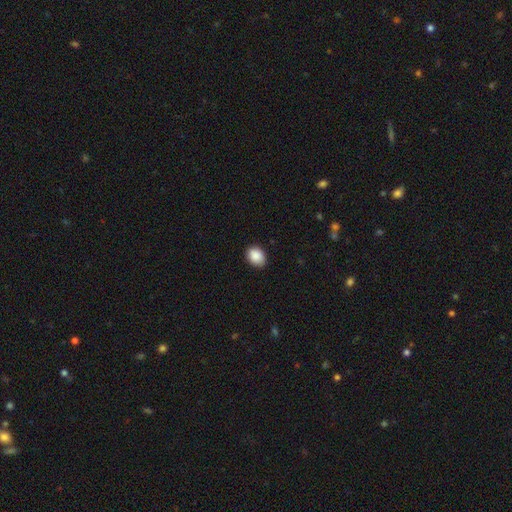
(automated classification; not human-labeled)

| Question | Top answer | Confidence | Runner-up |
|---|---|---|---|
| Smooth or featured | smooth | 89% | star or artifact (7%) |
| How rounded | in between | 61% | round (38%) |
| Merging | none | 85% | minor disturbance (12%) |